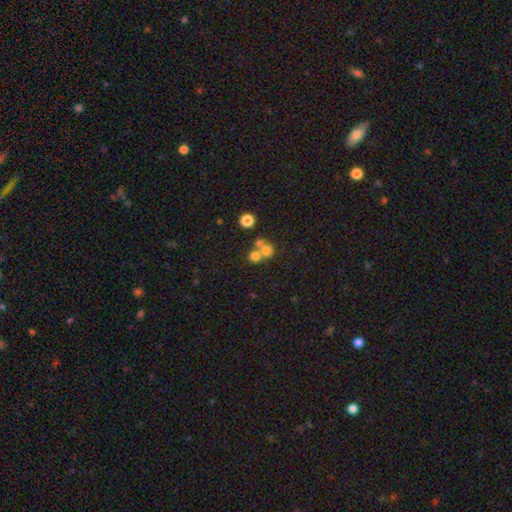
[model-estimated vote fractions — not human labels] Smooth or featured?
  - smooth: 68% *
  - featured or disk: 16%
  - star or artifact: 16%
How rounded?
  - round: 85% *
  - in between: 14%
  - cigar-shaped: 1%
Merging?
  - merger: 51% *
  - none: 40%
  - minor disturbance: 6%
  - major disturbance: 4%